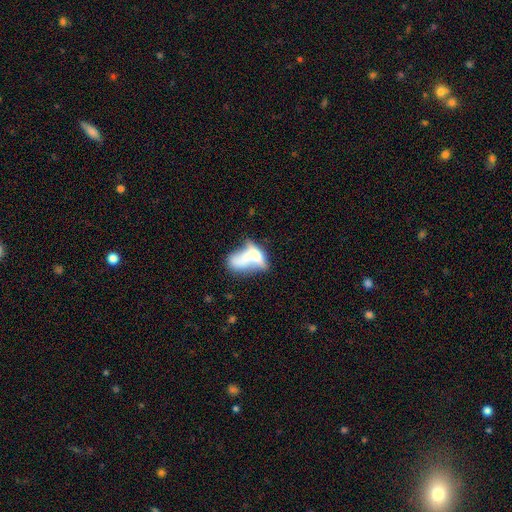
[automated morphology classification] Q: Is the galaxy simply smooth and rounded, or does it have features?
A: smooth — 54%.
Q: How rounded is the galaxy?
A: in between — 70%.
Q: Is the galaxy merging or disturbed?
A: merger — 60%.